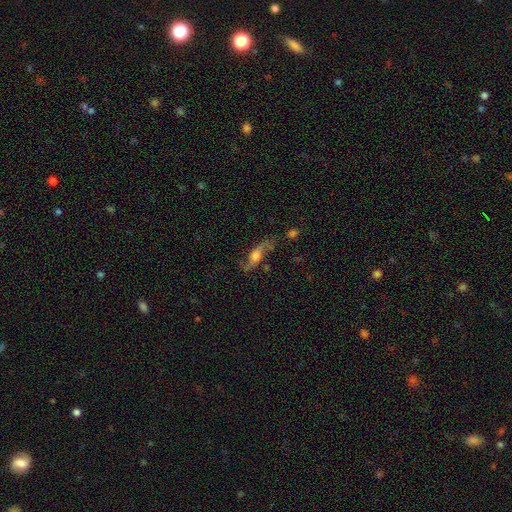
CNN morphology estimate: smooth-or-featured: featured or disk: 67% | smooth: 24% | star or artifact: 8%
  disk-edge-on: no: 67% | yes: 33%
  merging: none: 63% | minor disturbance: 21% | major disturbance: 12% | merger: 4%